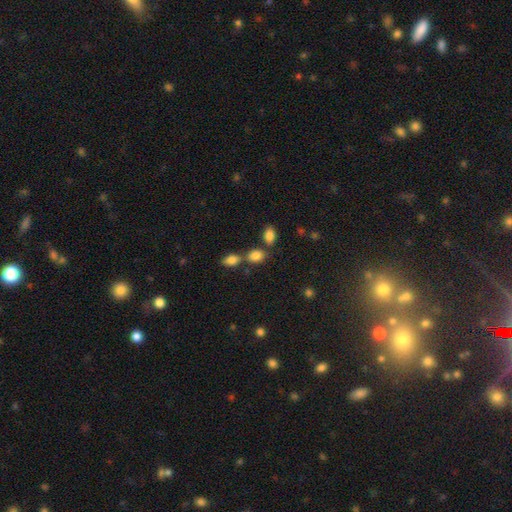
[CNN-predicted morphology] A smooth galaxy with no disk features (83%) that is in between round and cigar-shaped (77%). Merging: none (55%).